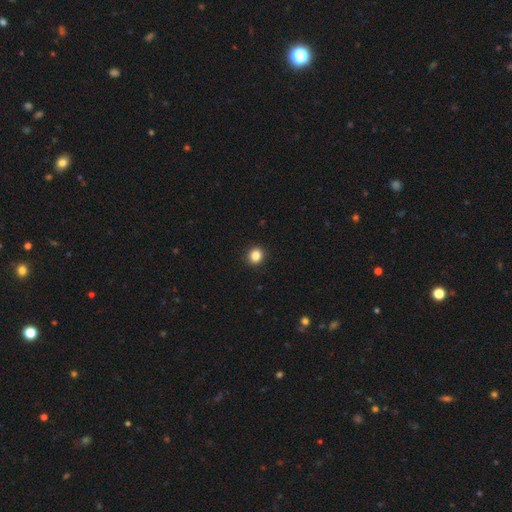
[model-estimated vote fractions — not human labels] Q: Smooth or featured?
A: smooth (85%); runner-up: star or artifact (11%)
Q: How rounded?
A: round (84%); runner-up: in between (15%)
Q: Merging?
A: none (93%); runner-up: minor disturbance (5%)